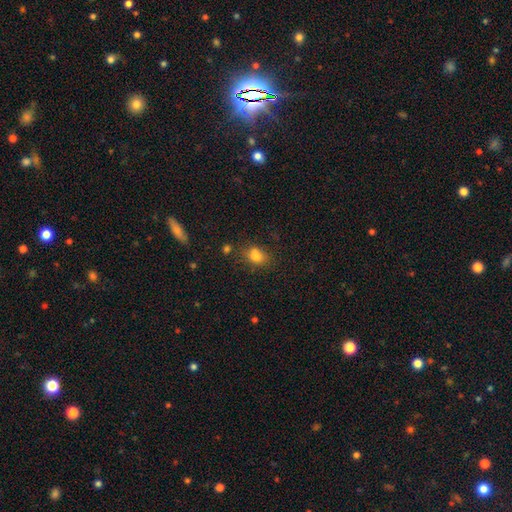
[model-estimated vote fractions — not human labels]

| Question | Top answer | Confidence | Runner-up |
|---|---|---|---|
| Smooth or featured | smooth | 78% | star or artifact (13%) |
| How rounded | in between | 62% | round (36%) |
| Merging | none | 64% | minor disturbance (20%) |